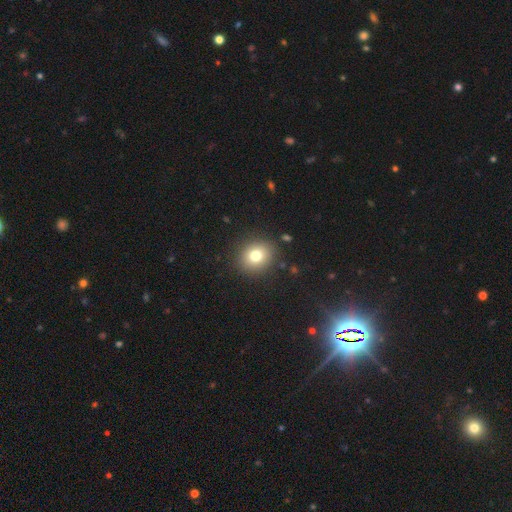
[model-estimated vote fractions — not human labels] Morphology: type=smooth (77%); roundness=round (76%); merging=none (89%).